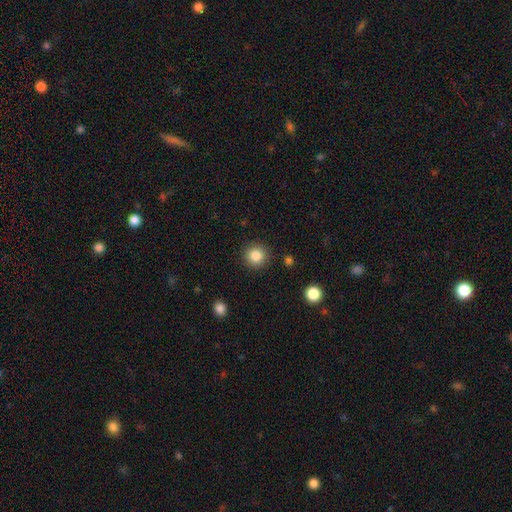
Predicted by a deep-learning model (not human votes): The model was most divided on "smooth or featured": smooth: 85%, star or artifact: 10%, featured or disk: 5%. More confident: how rounded — round (93%); merging — none (90%).